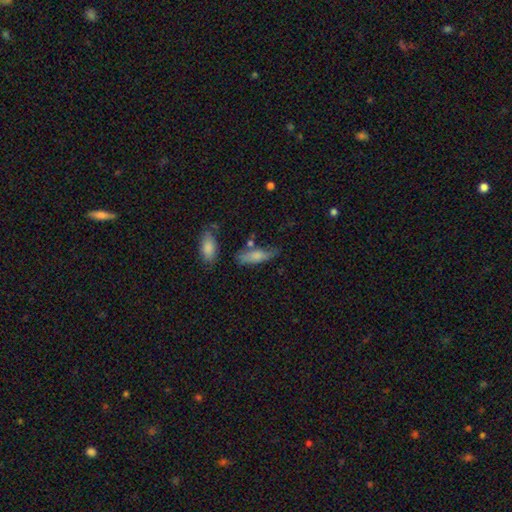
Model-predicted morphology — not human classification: The model was most divided on "how rounded": in between: 56%, cigar-shaped: 41%, round: 3%. More confident: smooth or featured — smooth (75%); merging — none (53%).